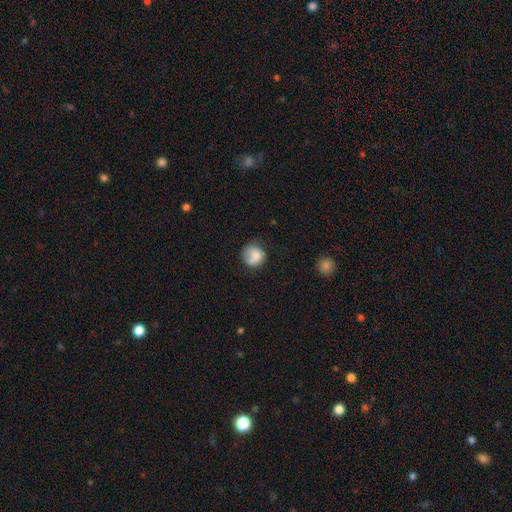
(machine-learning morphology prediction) A smooth galaxy with no disk features (73%) that is round (80%).

Vote fractions:
- Smooth or featured? smooth: 73% / featured or disk: 18% / star or artifact: 9%
- How rounded? round: 80% / in between: 19% / cigar-shaped: 1%
- Merging? none: 49% / minor disturbance: 25% / merger: 14% / major disturbance: 12%